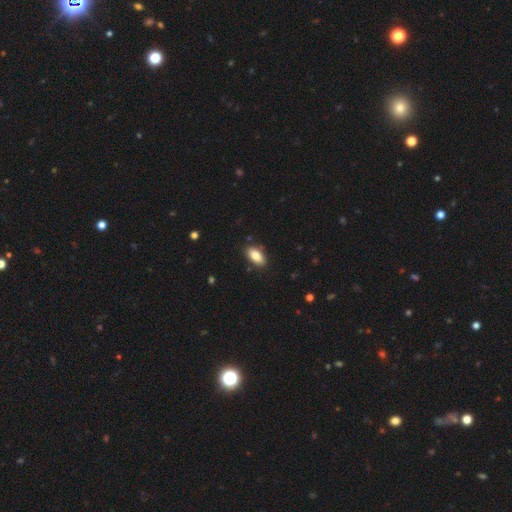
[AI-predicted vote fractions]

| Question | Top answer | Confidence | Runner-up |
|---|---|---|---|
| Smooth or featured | smooth | 84% | featured or disk (8%) |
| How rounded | in between | 91% | cigar-shaped (6%) |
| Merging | none | 86% | minor disturbance (11%) |